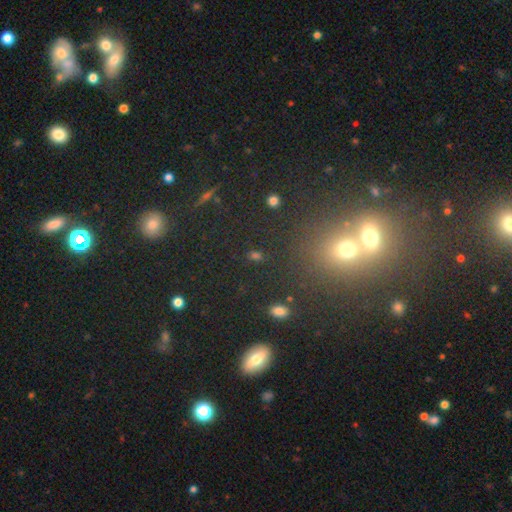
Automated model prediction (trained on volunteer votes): Overall: smooth (49%; star or artifact 37%). Merging: none (52%; merger 36%).